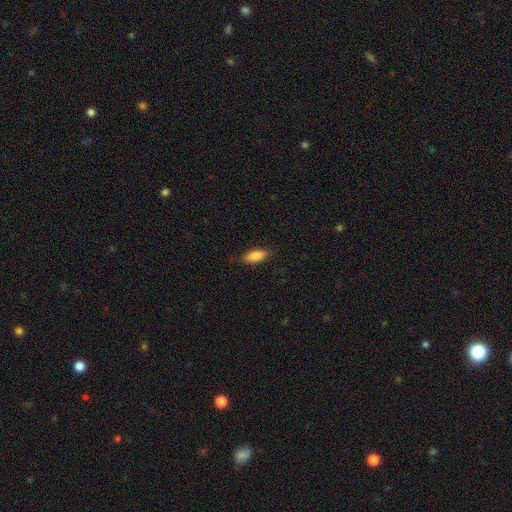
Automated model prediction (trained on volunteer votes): Morphology: type=smooth (86%); roundness=in between (81%); merging=none (83%).